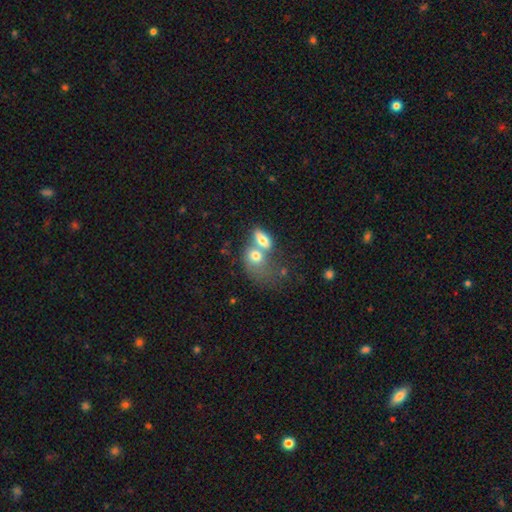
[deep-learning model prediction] Smooth or featured? Predicted: smooth (p=0.69). How rounded? Predicted: in between (p=0.75). Merging? Predicted: merger (p=0.71).